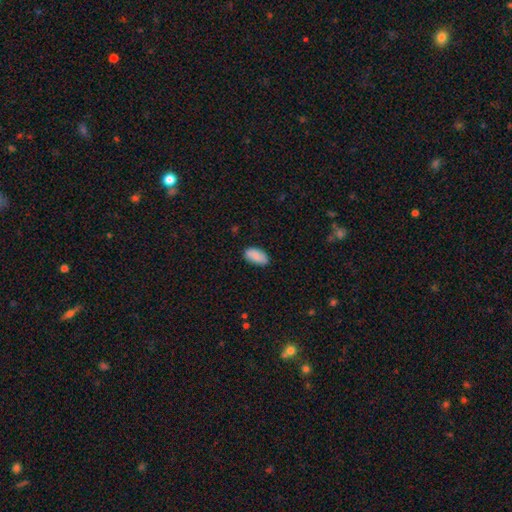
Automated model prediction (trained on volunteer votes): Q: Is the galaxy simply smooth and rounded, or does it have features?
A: smooth — 88%.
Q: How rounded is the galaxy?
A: in between — 94%.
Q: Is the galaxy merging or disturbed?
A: none — 81%.